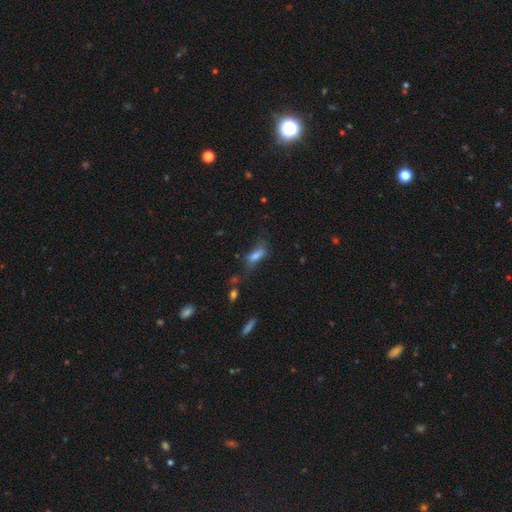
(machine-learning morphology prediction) Q: Smooth or featured?
A: smooth (66%); runner-up: featured or disk (22%)
Q: How rounded?
A: in between (60%); runner-up: cigar-shaped (36%)
Q: Merging?
A: none (41%); runner-up: minor disturbance (27%)